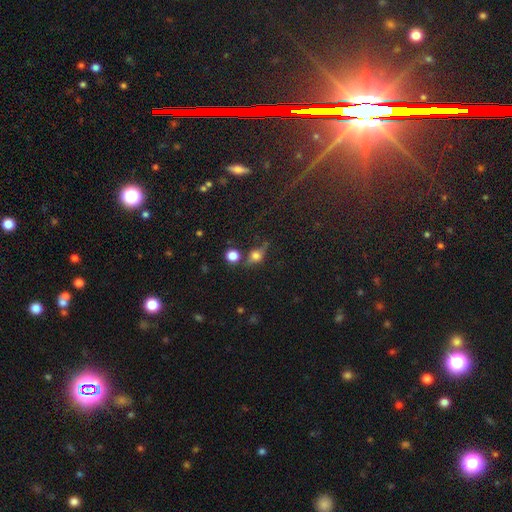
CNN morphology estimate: Overall: smooth (50%; featured or disk 33%). How rounded: round (48%; in between 41%). Merging: none (63%).